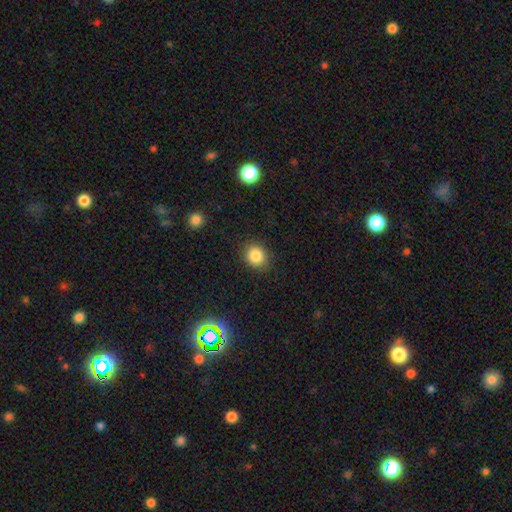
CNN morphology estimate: smooth_or_featured: smooth (p=0.84) [alt: star or artifact p=0.11]
how_rounded: round (p=0.76) [alt: in between p=0.23]
merging: none (p=0.86) [alt: minor disturbance p=0.10]